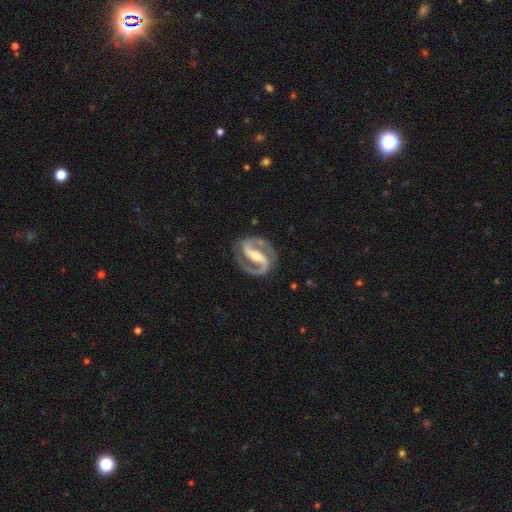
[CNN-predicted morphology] smooth_or_featured: featured or disk (p=0.94) [alt: star or artifact p=0.03]
disk_edge_on: no (p=0.98) [alt: yes p=0.02]
bar: strong (p=0.69) [alt: weak p=0.21]
has_spiral_arms: yes (p=0.98) [alt: no p=0.02]
spiral_winding: medium (p=0.57) [alt: tight p=0.33]
spiral_arm_count: 2 (p=0.94) [alt: 1 p=0.01]
bulge_size: moderate (p=0.54) [alt: small p=0.41]
merging: none (p=0.86) [alt: minor disturbance p=0.10]